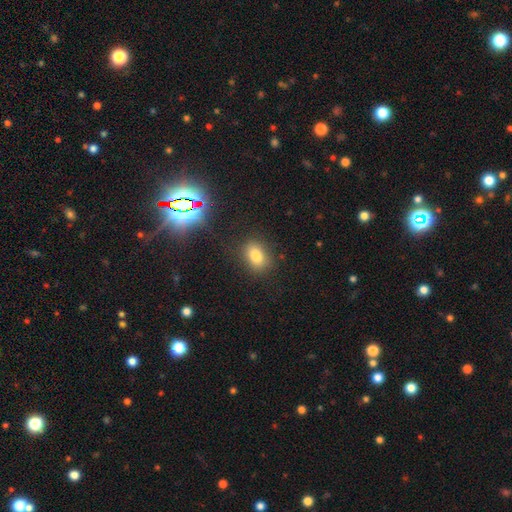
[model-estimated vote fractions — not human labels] Smooth or featured? Predicted: smooth (p=0.79). How rounded? Predicted: in between (p=0.69). Merging? Predicted: none (p=0.83).